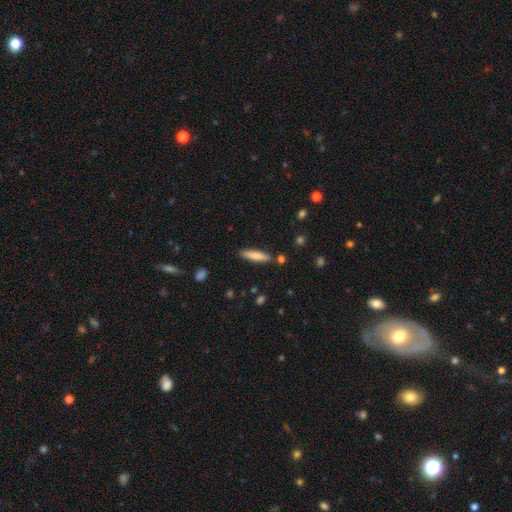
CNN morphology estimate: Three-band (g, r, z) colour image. It shows a smooth galaxy with no disk features (77%) that is cigar-shaped (80%). Merging: none (84%).